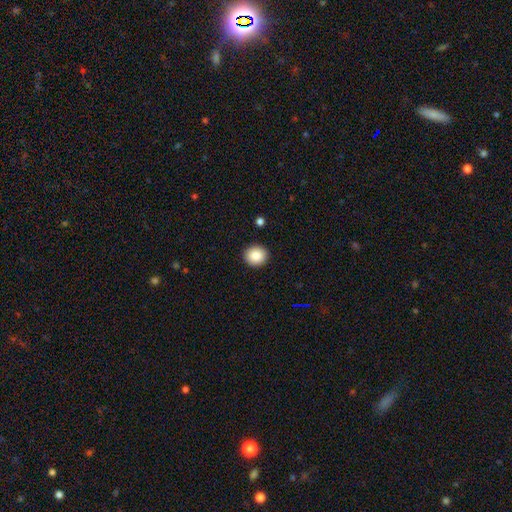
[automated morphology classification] This is clearly a smooth galaxy (87%). How rounded: clearly round (89%). Merging: clearly none (92%).